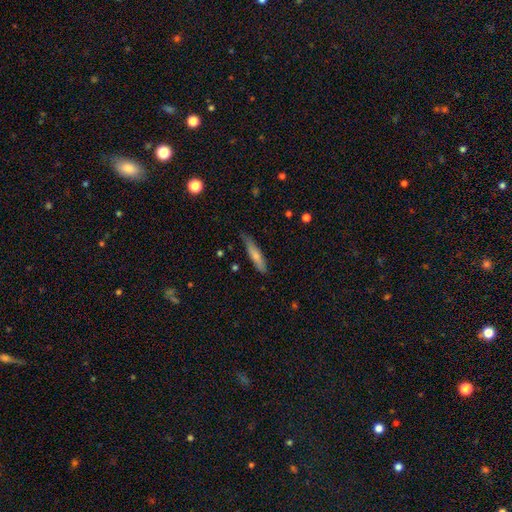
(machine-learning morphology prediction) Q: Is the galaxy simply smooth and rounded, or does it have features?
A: smooth — 70%.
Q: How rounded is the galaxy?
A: cigar-shaped — 86%.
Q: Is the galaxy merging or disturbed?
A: none — 71%.